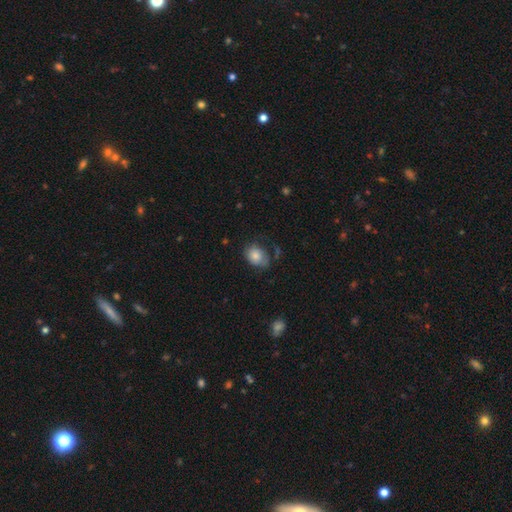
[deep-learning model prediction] Smooth or featured: smooth — 72% (featured or disk — 20%)
How rounded: in between — 62% (round — 37%)
Merging: none — 51% (minor disturbance — 29%)